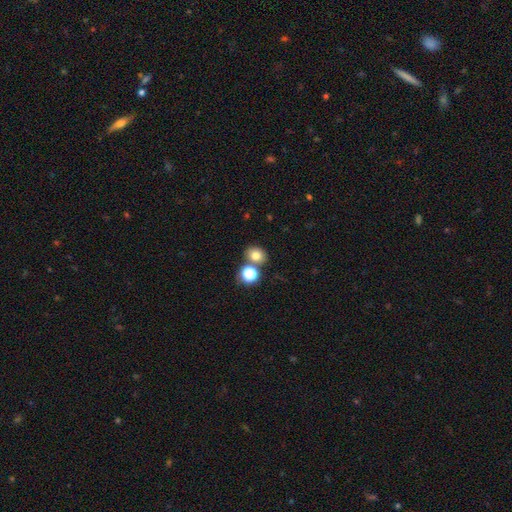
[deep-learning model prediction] The model was most divided on "how rounded": round: 63%, in between: 36%, cigar-shaped: 1%. More confident: smooth or featured — smooth (76%); merging — none (68%).